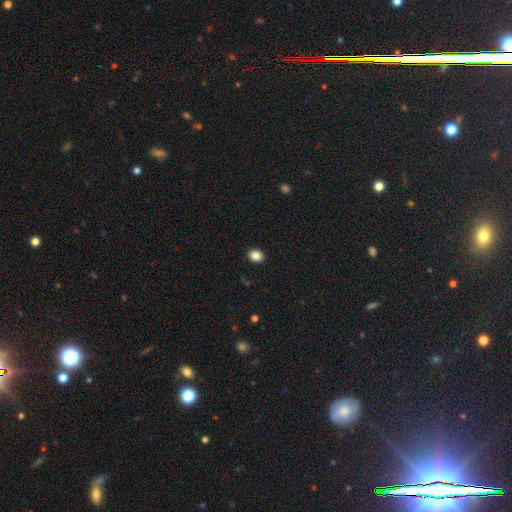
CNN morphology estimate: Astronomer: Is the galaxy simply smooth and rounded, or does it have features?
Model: smooth — 86%.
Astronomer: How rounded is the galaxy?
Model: in between — 57% (runner-up: round, 42%).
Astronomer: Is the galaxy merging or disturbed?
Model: none — 91%.